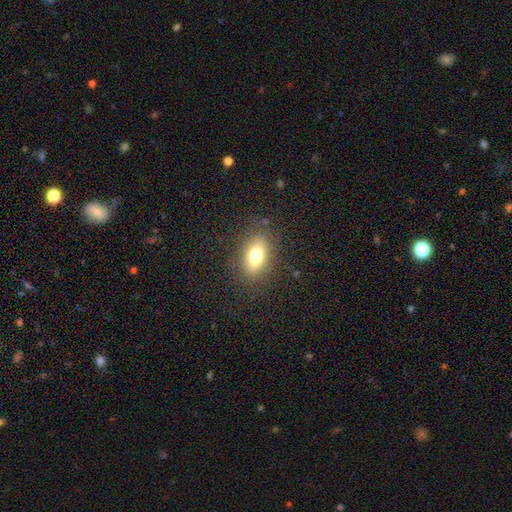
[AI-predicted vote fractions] A smooth galaxy with no disk features (74%) that is in between round and cigar-shaped (84%).

Vote fractions:
- Smooth or featured? smooth: 74% / featured or disk: 16% / star or artifact: 10%
- How rounded? in between: 84% / round: 10% / cigar-shaped: 5%
- Merging? none: 82% / minor disturbance: 12% / major disturbance: 5% / merger: 1%